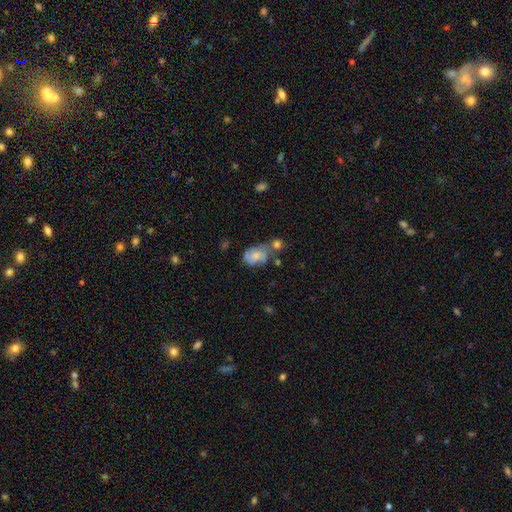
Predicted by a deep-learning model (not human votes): smooth_or_featured: smooth (p=0.53) [alt: featured or disk p=0.37]
how_rounded: in between (p=0.81) [alt: round p=0.17]
merging: none (p=0.32) [alt: merger p=0.28]